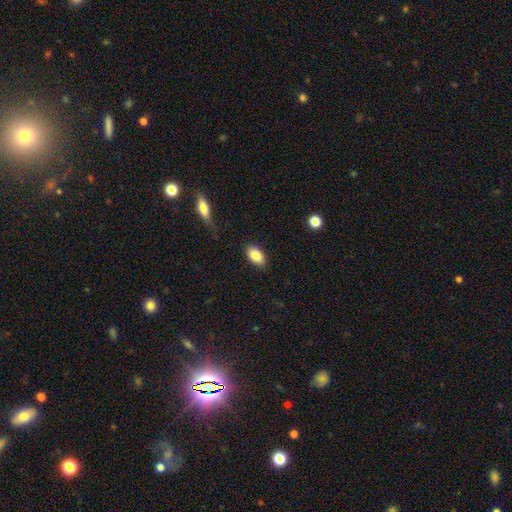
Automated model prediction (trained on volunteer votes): smooth 86%, star or artifact 7%, featured or disk 6%. Down the decision tree: how rounded — in between (92%); merging — none (85%).